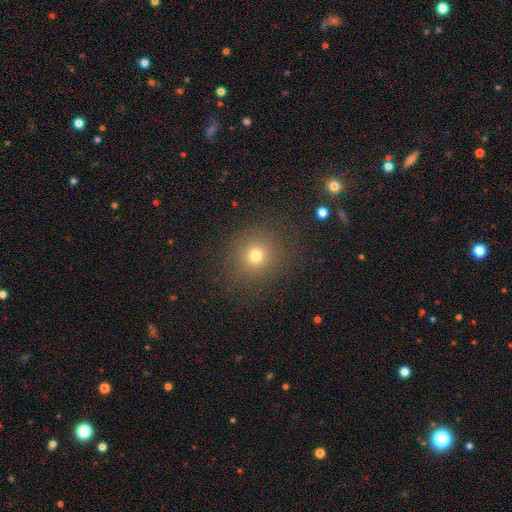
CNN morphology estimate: A smooth galaxy with no disk features (73%) that is round (88%). Merging: none (86%).